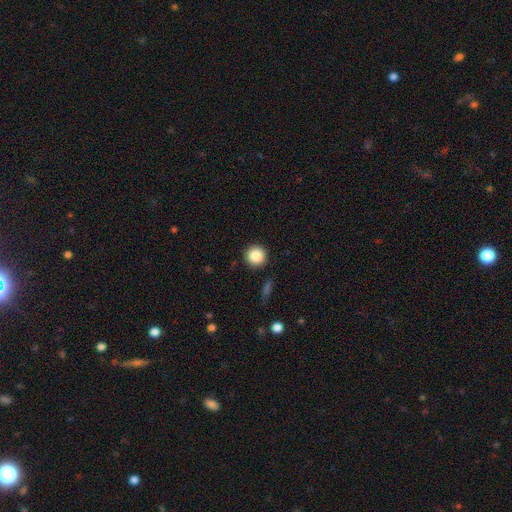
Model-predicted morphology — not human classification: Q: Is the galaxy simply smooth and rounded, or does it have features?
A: smooth — 87%.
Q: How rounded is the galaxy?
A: round — 95%.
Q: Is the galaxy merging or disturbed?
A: none — 91%.